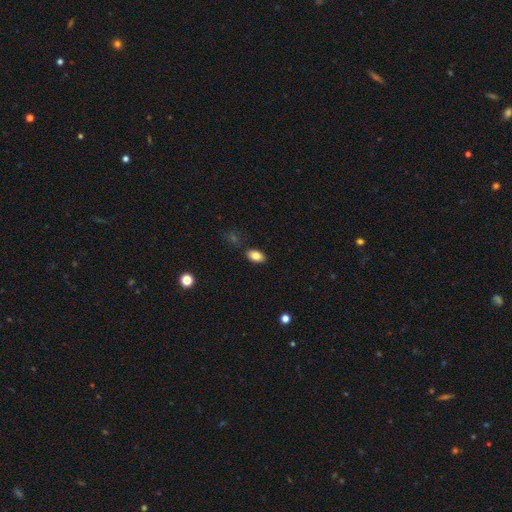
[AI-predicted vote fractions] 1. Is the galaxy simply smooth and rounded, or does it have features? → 83% smooth, 8% star or artifact, 8% featured or disk.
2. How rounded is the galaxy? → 91% in between, 7% round, 2% cigar-shaped.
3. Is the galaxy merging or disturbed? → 85% none, 10% minor disturbance, 2% major disturbance, 2% merger.